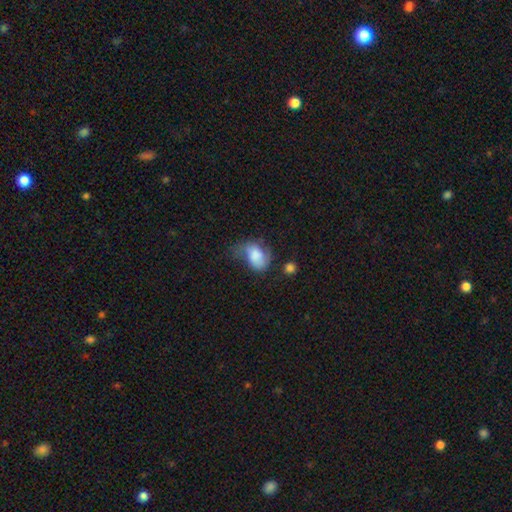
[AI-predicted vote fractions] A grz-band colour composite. It shows a smooth galaxy with no disk features (67%) that is in between round and cigar-shaped (77%). Merging: minor disturbance (34%).